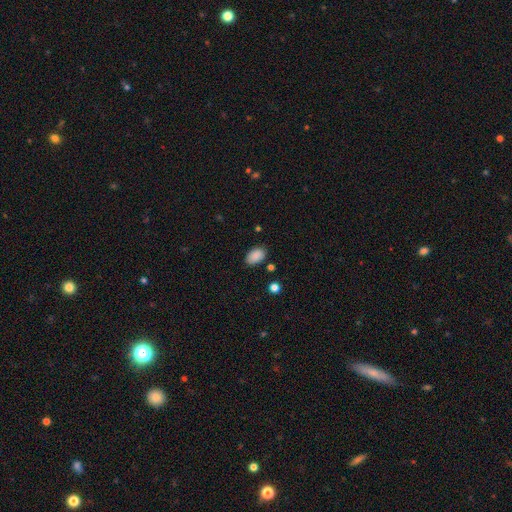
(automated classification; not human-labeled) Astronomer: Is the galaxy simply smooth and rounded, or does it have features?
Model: smooth — 88%.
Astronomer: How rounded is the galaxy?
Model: in between — 90%.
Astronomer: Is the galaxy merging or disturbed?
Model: none — 81%.